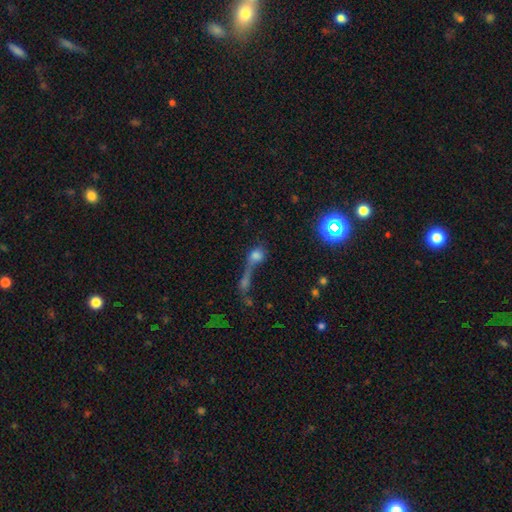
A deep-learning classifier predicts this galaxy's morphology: This appears to be a smooth galaxy with no disk features (63%) that is round (51%). Merging: merger (49%).